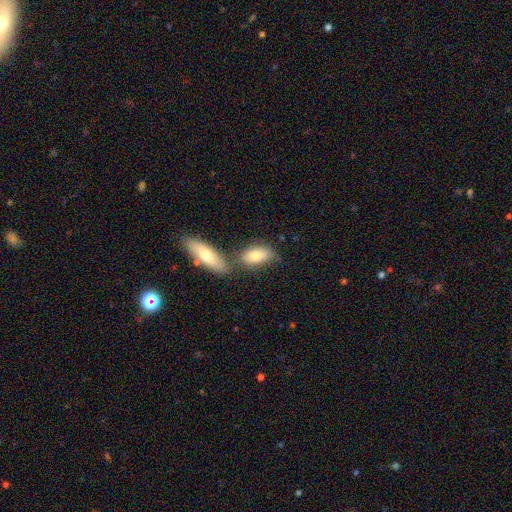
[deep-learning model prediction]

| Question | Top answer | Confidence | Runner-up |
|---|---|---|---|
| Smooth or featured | smooth | 77% | featured or disk (17%) |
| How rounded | in between | 84% | cigar-shaped (12%) |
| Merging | none | 50% | merger (31%) |